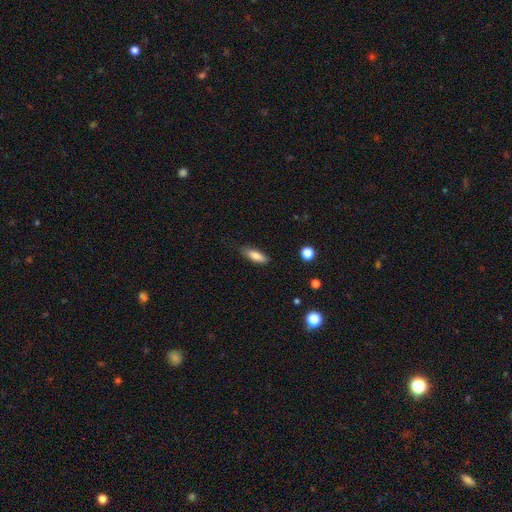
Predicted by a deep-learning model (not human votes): This is likely a smooth galaxy (80%). How rounded: likely in between (60%). Merging: likely none (75%).